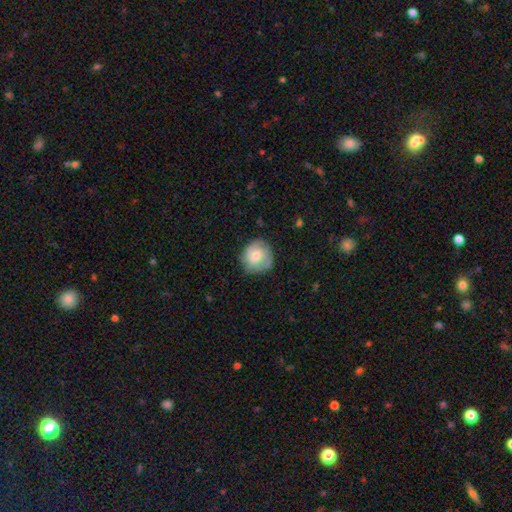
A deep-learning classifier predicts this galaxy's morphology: This appears to be a smooth galaxy with no disk features (57%) that is round (87%). Merging: none (74%).